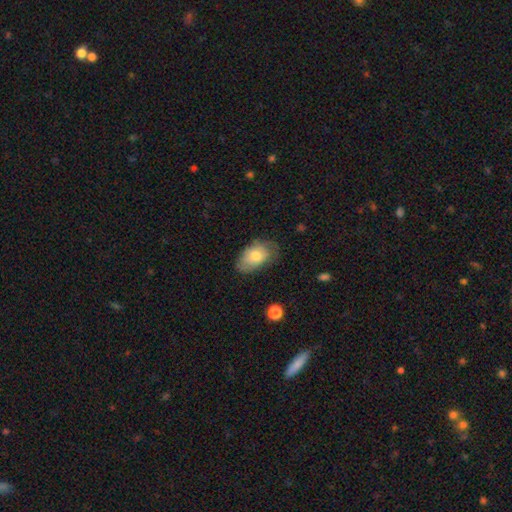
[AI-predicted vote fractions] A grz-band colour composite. It shows a smooth galaxy with no disk features (71%) that is in between round and cigar-shaped (90%). Merging: none (57%).